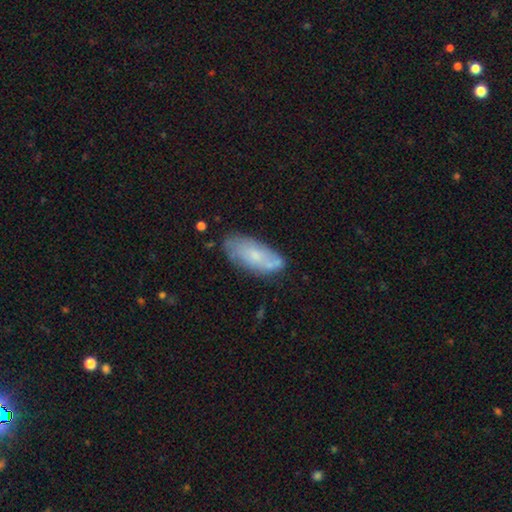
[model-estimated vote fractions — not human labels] Smooth or featured: smooth — 54% (featured or disk — 38%)
How rounded: in between — 83% (cigar-shaped — 15%)
Merging: none — 67% (minor disturbance — 22%)